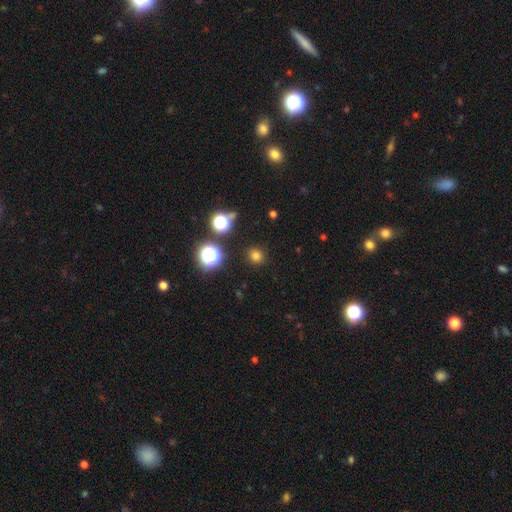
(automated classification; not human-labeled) Smooth or featured? Predicted: smooth (p=0.74). How rounded? Predicted: round (p=0.90). Merging? Predicted: none (p=0.89).